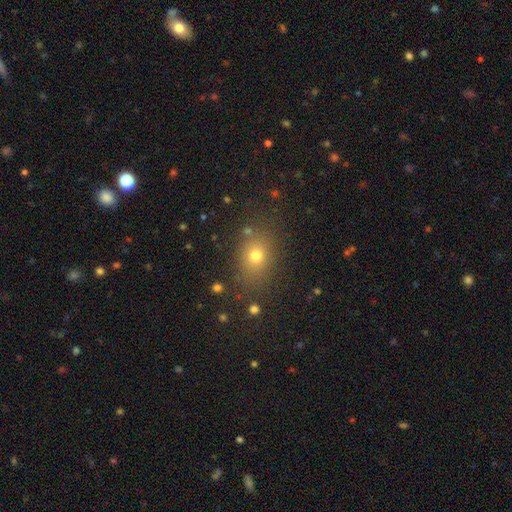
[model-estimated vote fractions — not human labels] smooth_or_featured: smooth (p=0.72) [alt: star or artifact p=0.18]
how_rounded: in between (p=0.53) [alt: round p=0.45]
merging: none (p=0.80) [alt: minor disturbance p=0.12]